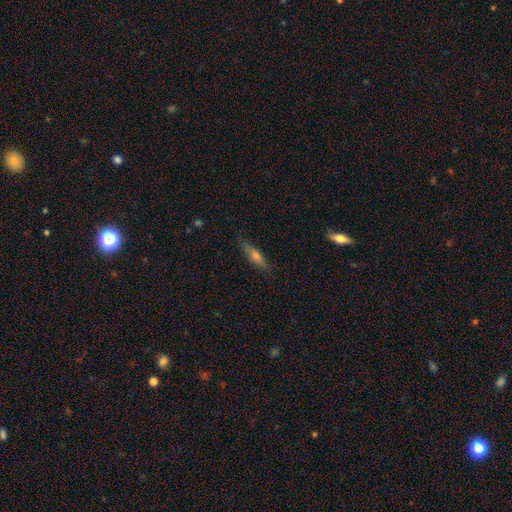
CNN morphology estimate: A featured or disk galaxy (49%). Merging: none (80%).